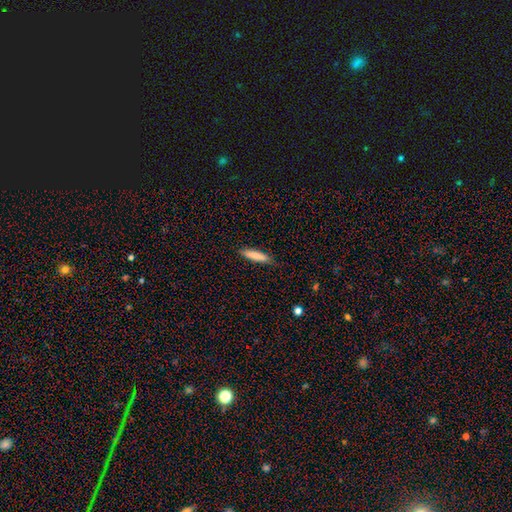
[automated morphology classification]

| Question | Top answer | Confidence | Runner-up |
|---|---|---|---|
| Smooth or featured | smooth | 81% | featured or disk (13%) |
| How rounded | cigar-shaped | 80% | in between (19%) |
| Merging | none | 87% | minor disturbance (10%) |